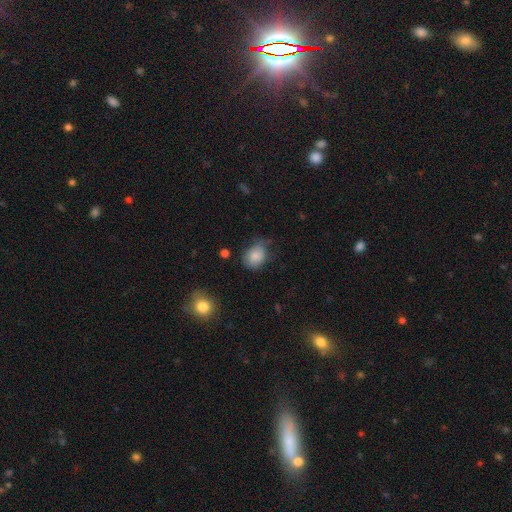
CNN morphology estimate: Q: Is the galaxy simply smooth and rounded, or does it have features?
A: smooth — 81%.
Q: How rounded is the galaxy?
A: in between — 59%.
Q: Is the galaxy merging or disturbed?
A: none — 45%.